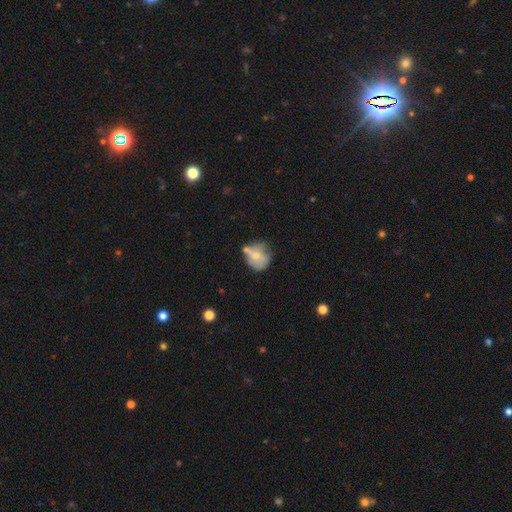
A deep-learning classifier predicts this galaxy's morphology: The model was most divided on "merging": none: 37%, minor disturbance: 30%, merger: 18%, major disturbance: 15%. More confident: how rounded — round (67%); smooth or featured — smooth (58%).